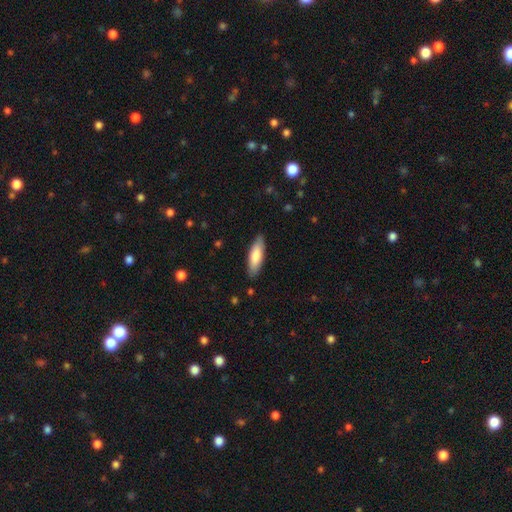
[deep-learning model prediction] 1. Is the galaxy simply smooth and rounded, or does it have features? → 79% smooth, 16% featured or disk, 5% star or artifact.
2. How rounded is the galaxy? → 54% in between, 45% cigar-shaped, 1% round.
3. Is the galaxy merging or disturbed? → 87% none, 10% minor disturbance, 2% major disturbance, 1% merger.